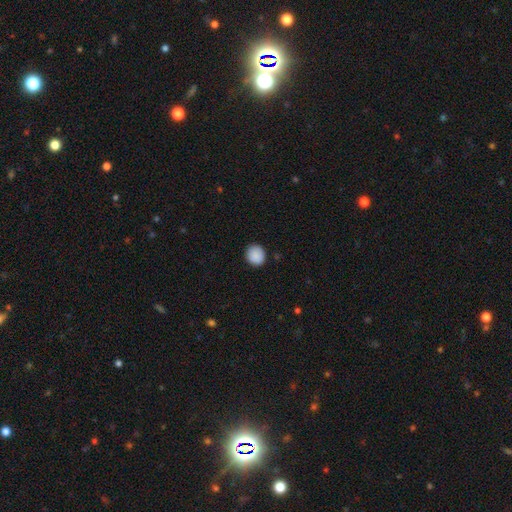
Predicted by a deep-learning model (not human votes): smooth 89%, star or artifact 8%, featured or disk 3%. Down the decision tree: how rounded — round (87%); merging — none (89%).